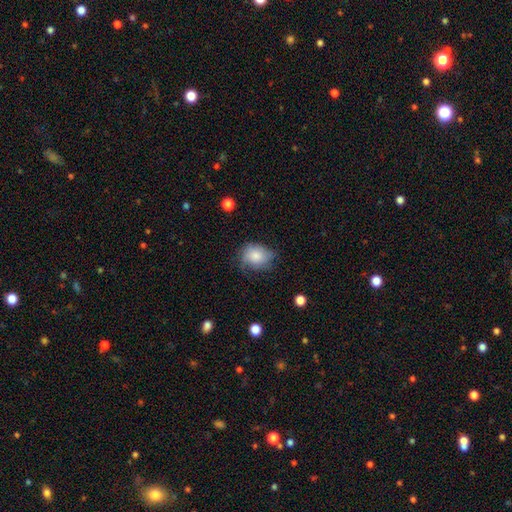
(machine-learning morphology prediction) smooth_or_featured: smooth (p=0.76) [alt: featured or disk p=0.16]
how_rounded: round (p=0.52) [alt: in between p=0.47]
merging: none (p=0.55) [alt: minor disturbance p=0.32]